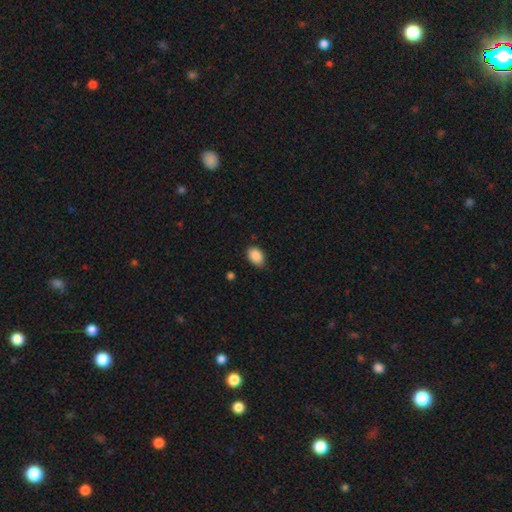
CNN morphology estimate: Smooth or featured?
  - smooth: 89% *
  - star or artifact: 8%
  - featured or disk: 4%
How rounded?
  - in between: 82% *
  - round: 17%
  - cigar-shaped: 1%
Merging?
  - none: 79% *
  - minor disturbance: 17%
  - major disturbance: 3%
  - merger: 1%